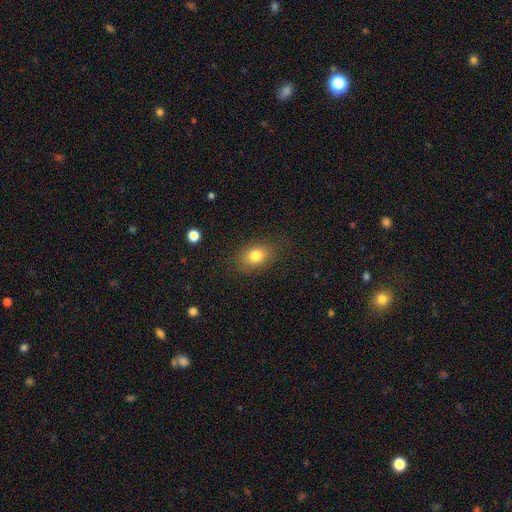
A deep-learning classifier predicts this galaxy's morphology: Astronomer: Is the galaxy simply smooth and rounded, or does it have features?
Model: smooth — 81%.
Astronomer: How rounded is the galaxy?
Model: in between — 69%.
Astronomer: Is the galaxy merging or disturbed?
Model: none — 80%.